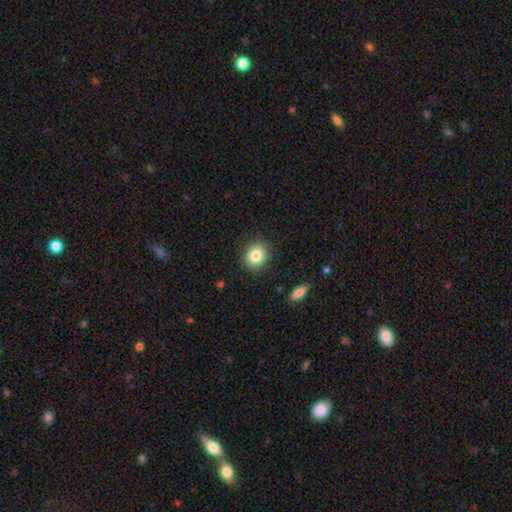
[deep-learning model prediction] A smooth galaxy with no disk features (83%) that is round (68%). Merging: none (88%).